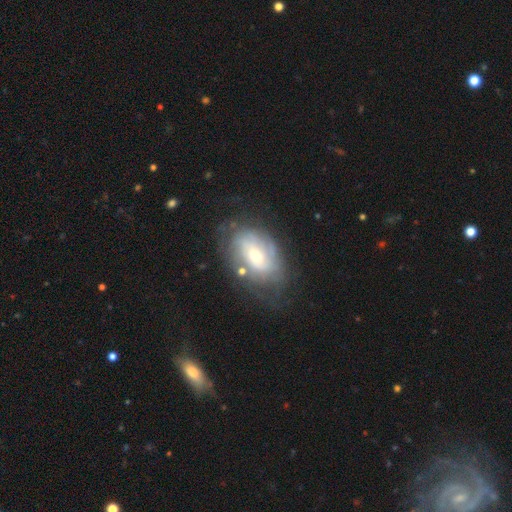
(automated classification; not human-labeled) featured or disk 68%, smooth 25%, star or artifact 7%. Down the decision tree: edge-on disk — no (95%); bar — no (53%); spiral arms — yes (79%); spiral arm count — can't tell (55%); spiral winding — tight (60%); bulge size — small (47%); merging — none (62%).